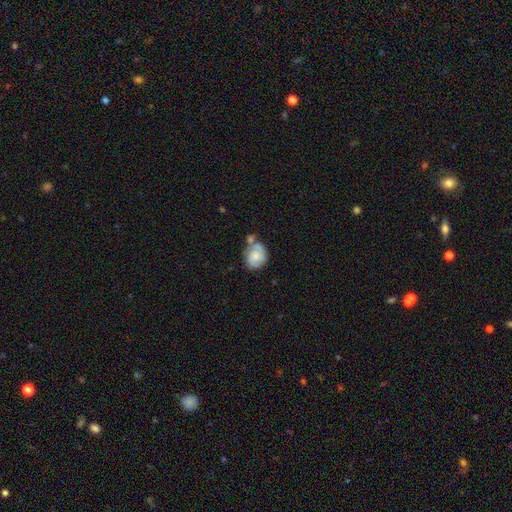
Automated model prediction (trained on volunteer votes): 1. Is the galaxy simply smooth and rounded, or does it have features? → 53% smooth, 39% featured or disk, 8% star or artifact.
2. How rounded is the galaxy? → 52% round, 47% in between, 1% cigar-shaped.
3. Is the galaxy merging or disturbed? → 40% none, 27% merger, 24% minor disturbance, 9% major disturbance.